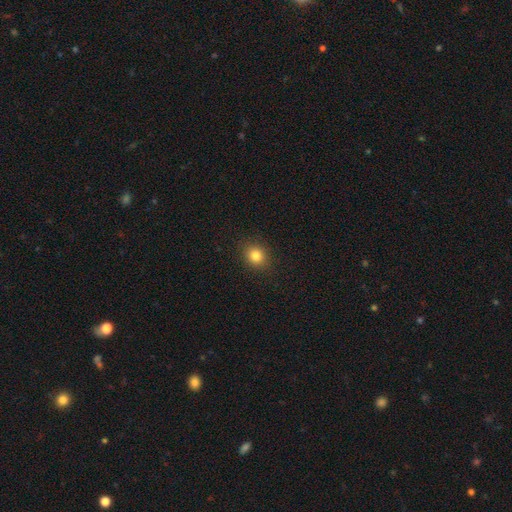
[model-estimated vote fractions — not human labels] Smooth or featured?
  - smooth: 83% *
  - star or artifact: 12%
  - featured or disk: 6%
How rounded?
  - round: 72% *
  - in between: 27%
  - cigar-shaped: 1%
Merging?
  - none: 90% *
  - minor disturbance: 7%
  - major disturbance: 2%
  - merger: 1%